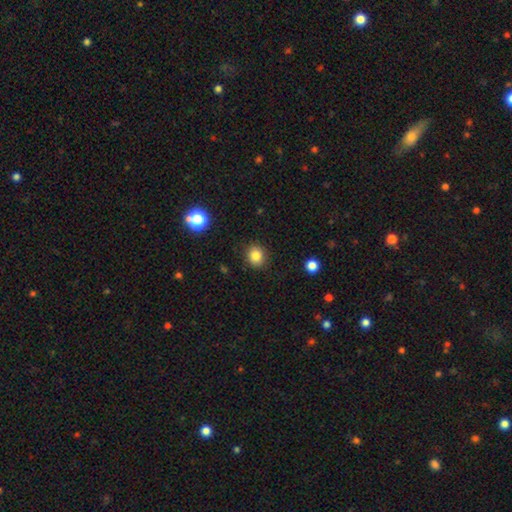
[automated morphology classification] type=smooth (84%); roundness=round (76%); merging=none (88%).